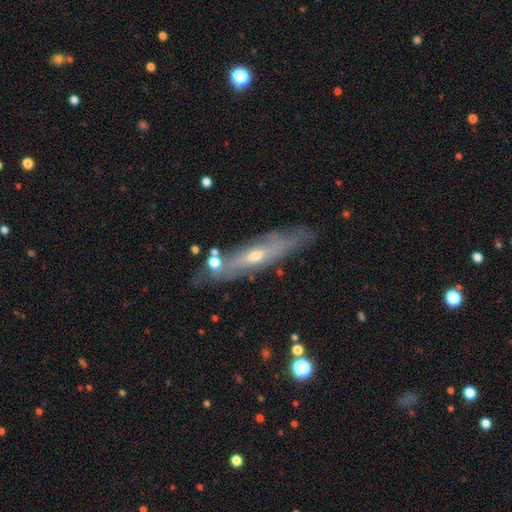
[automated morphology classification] This appears to be a featured or disk galaxy (65%) viewed edge-on (58%). Merging: none (67%).